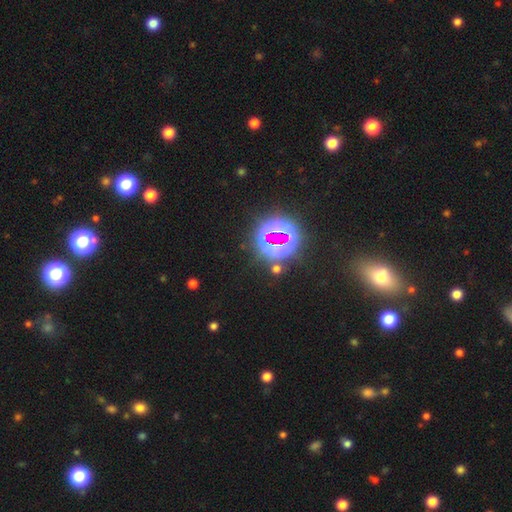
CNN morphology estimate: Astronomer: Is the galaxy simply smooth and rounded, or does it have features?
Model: star or artifact — 76%.